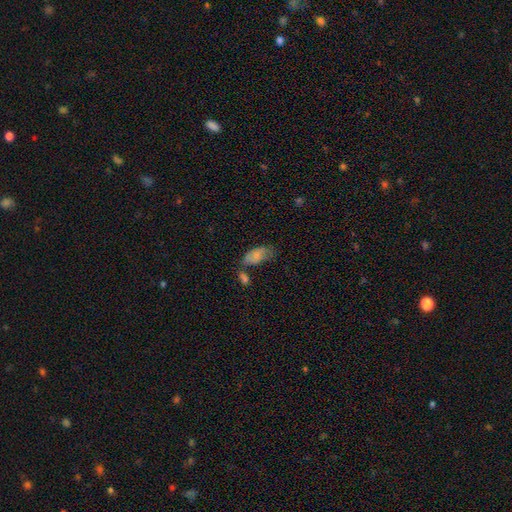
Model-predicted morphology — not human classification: smooth 77%, featured or disk 15%, star or artifact 8%. Down the decision tree: how rounded — in between (93%); merging — none (39%).